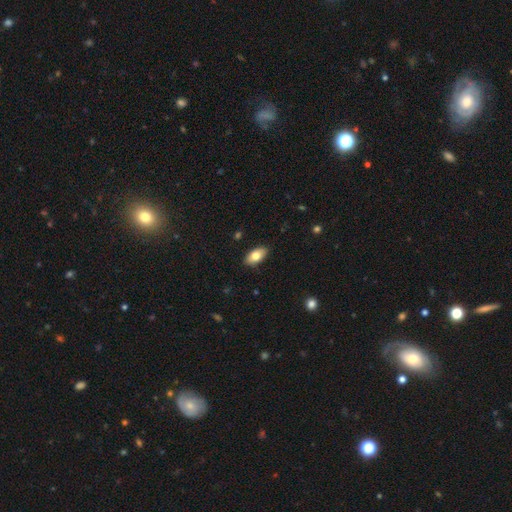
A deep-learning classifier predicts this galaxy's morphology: smooth-or-featured: smooth: 77% | featured or disk: 17% | star or artifact: 7%
  how-rounded: in between: 92% | cigar-shaped: 5% | round: 3%
  merging: none: 89% | minor disturbance: 9% | major disturbance: 2% | merger: 1%